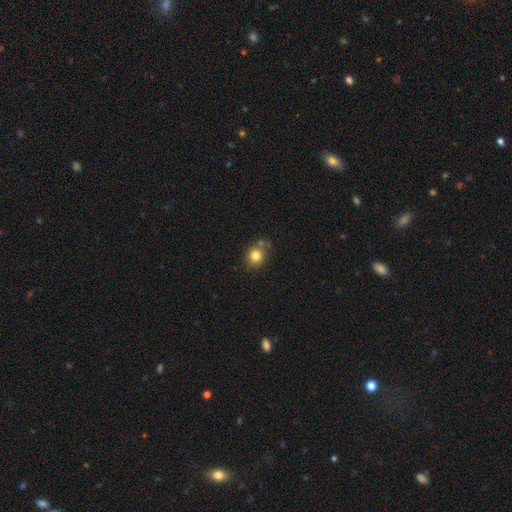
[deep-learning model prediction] A smooth galaxy with no disk features (80%) that is round (80%). Merging: none (67%).